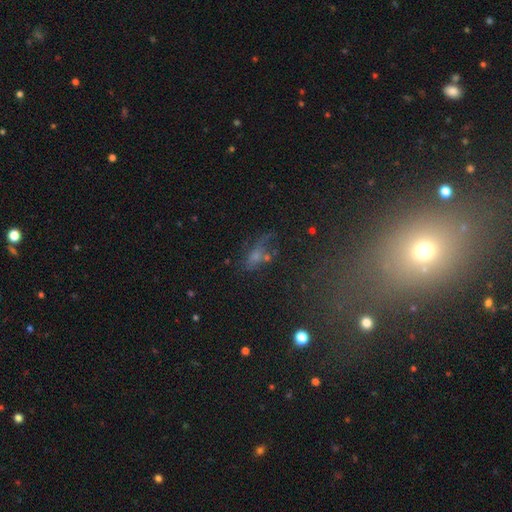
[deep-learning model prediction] Morphology: type=smooth (36%); merging=none (43%).